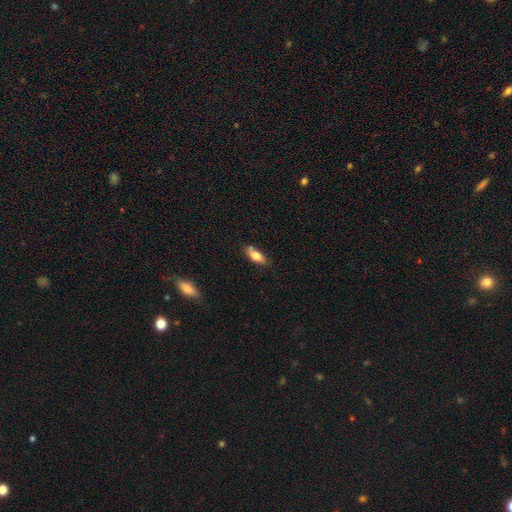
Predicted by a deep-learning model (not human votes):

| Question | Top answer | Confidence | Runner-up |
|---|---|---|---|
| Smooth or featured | smooth | 71% | featured or disk (22%) |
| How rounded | in between | 72% | cigar-shaped (25%) |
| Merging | none | 72% | minor disturbance (18%) |